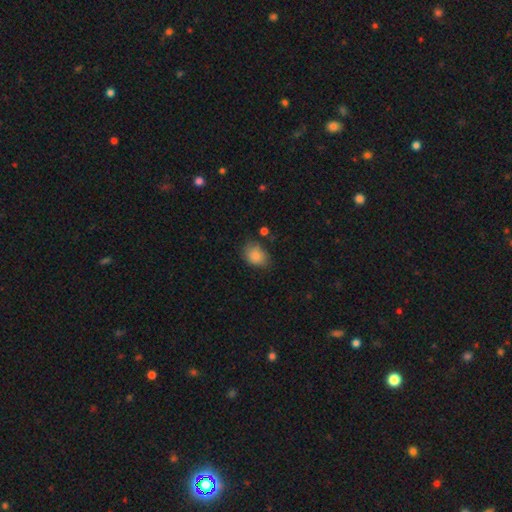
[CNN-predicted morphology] type=smooth (86%); roundness=in between (66%); merging=none (67%).